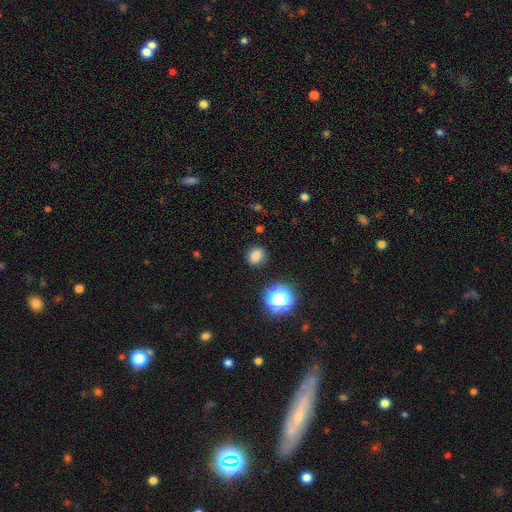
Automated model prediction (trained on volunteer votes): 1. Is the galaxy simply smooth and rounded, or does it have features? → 76% smooth, 16% star or artifact, 9% featured or disk.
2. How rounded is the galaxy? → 60% round, 39% in between, 1% cigar-shaped.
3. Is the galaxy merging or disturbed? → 84% none, 11% minor disturbance, 3% major disturbance, 2% merger.